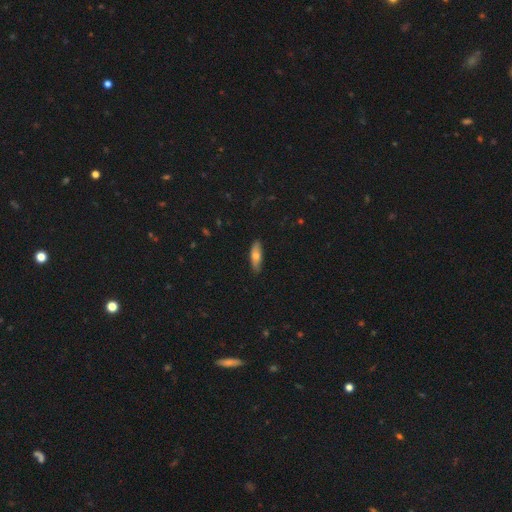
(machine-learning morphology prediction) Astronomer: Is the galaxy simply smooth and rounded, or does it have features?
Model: smooth — 63%.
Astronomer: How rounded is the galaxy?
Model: cigar-shaped — 49% (runner-up: in between, 48%).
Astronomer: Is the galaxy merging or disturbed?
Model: none — 86%.